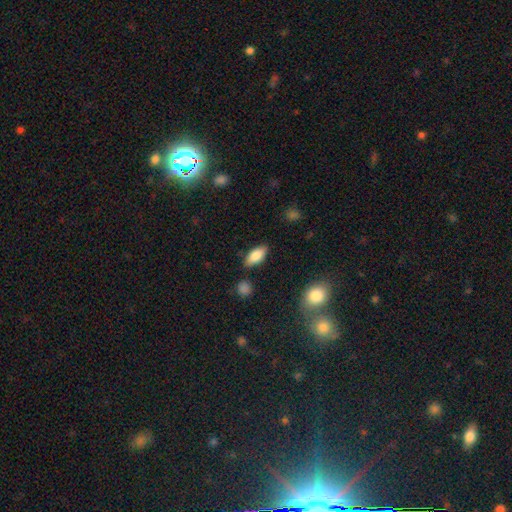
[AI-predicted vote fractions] Smooth or featured?
  - smooth: 80% *
  - featured or disk: 13%
  - star or artifact: 7%
How rounded?
  - in between: 86% *
  - cigar-shaped: 12%
  - round: 3%
Merging?
  - none: 84% *
  - minor disturbance: 11%
  - major disturbance: 3%
  - merger: 2%